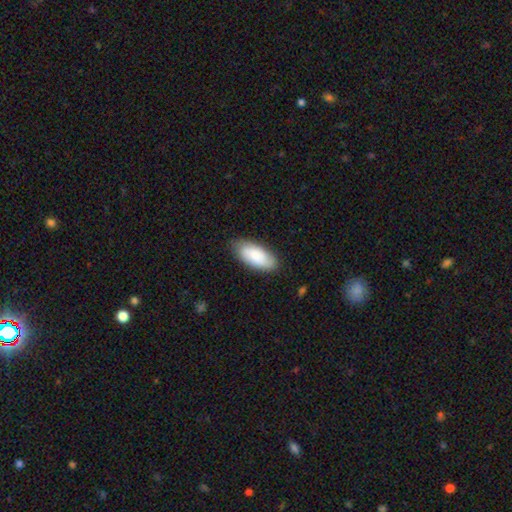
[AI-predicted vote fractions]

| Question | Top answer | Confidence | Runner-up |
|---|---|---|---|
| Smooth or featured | smooth | 79% | featured or disk (15%) |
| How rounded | in between | 89% | cigar-shaped (9%) |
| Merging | none | 81% | minor disturbance (15%) |